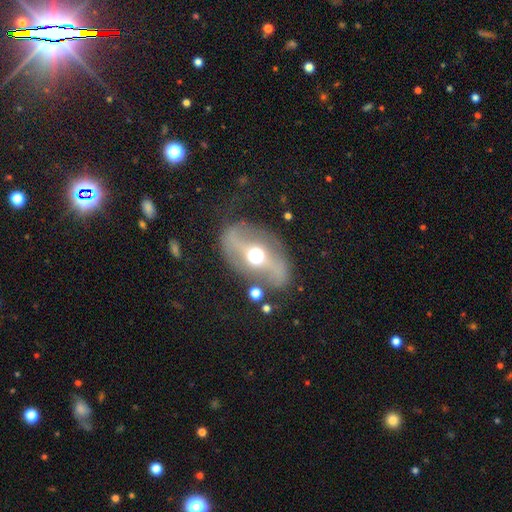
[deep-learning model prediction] smooth-or-featured: featured or disk: 76% | smooth: 17% | star or artifact: 7%
  disk-edge-on: no: 87% | yes: 13%
    bar: strong: 46% | weak: 30% | no: 23%
    has-spiral-arms: yes: 58% | no: 42%
    bulge-size: moderate: 68% | large: 23% | small: 5% | dominant: 3% | none: 1%
  merging: none: 74% | minor disturbance: 14% | major disturbance: 8% | merger: 3%